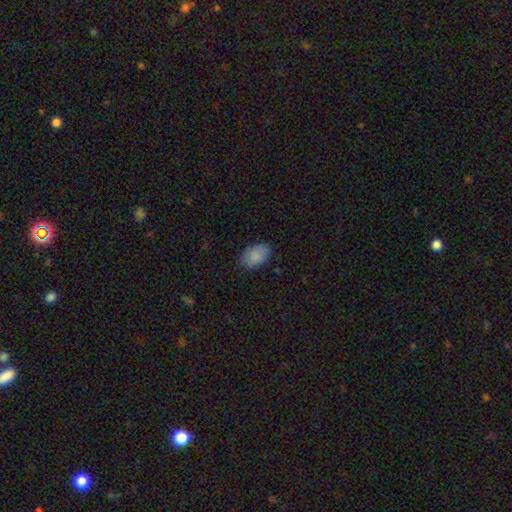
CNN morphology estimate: This is clearly a smooth galaxy (87%). How rounded: clearly in between (90%). Merging: clearly none (83%).